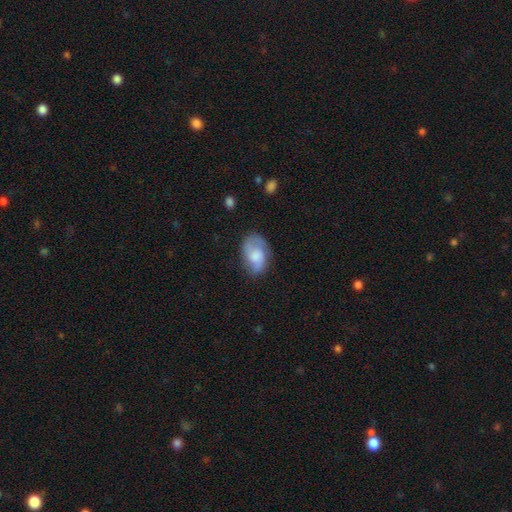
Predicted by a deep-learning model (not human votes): Overall: smooth (47%; featured or disk 45%). Merging: none (63%; minor disturbance 25%).